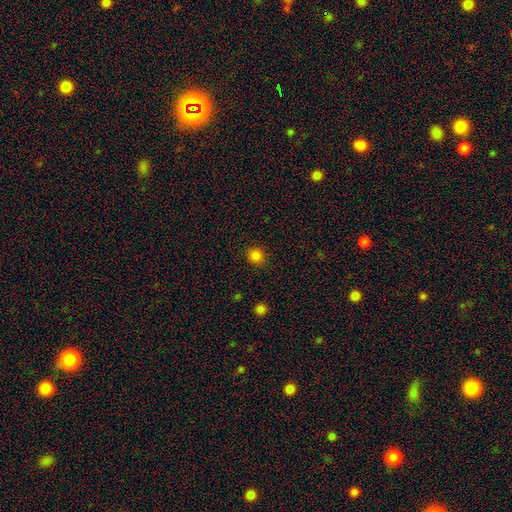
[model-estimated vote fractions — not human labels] Smooth or featured?
  - smooth: 84% *
  - star or artifact: 14%
  - featured or disk: 3%
How rounded?
  - round: 89% *
  - in between: 10%
  - cigar-shaped: 1%
Merging?
  - none: 91% *
  - minor disturbance: 6%
  - major disturbance: 2%
  - merger: 1%